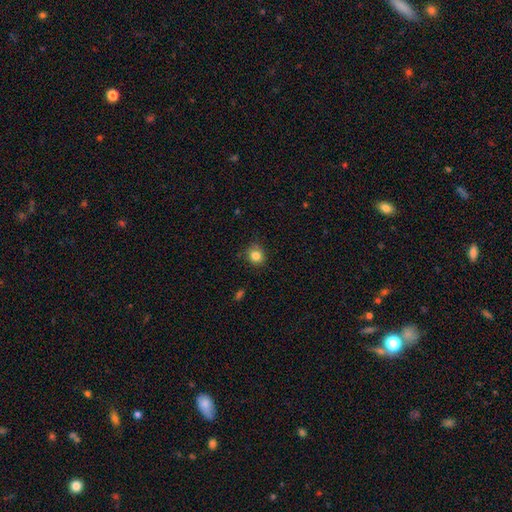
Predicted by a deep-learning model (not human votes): This is clearly a smooth galaxy (83%). How rounded: likely round (80%). Merging: clearly none (83%).